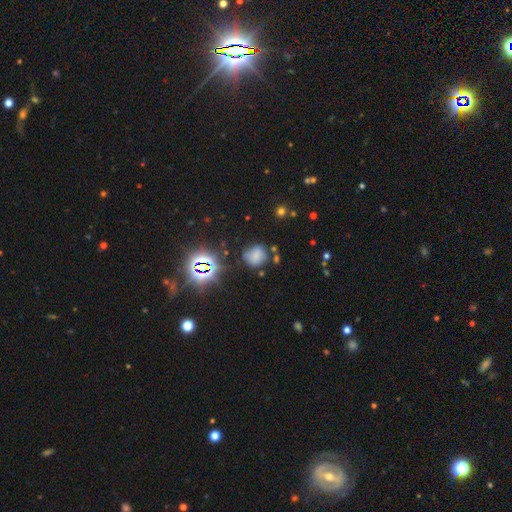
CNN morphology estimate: smooth_or_featured: smooth (p=0.60) [alt: star or artifact p=0.25]
how_rounded: round (p=0.75) [alt: in between p=0.24]
merging: none (p=0.62) [alt: minor disturbance p=0.23]